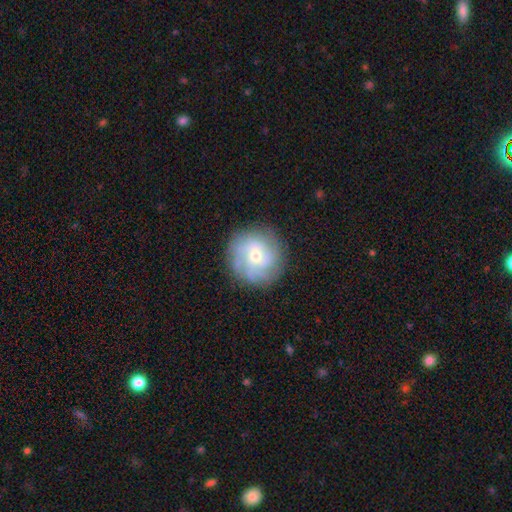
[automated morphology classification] Smooth or featured?
  - featured or disk: 65% *
  - smooth: 25%
  - star or artifact: 9%
Edge-on disk?
  - no: 97% *
  - yes: 3%
Bar?
  - no: 72% *
  - weak: 24%
  - strong: 4%
Spiral arms?
  - yes: 88% *
  - no: 12%
Spiral winding?
  - tight: 57% *
  - medium: 31%
  - loose: 12%
Spiral arm count?
  - can't tell: 40% *
  - 3: 18%
  - 4: 17%
  - 2: 11%
  - more than 4: 8%
  - 1: 6%
Bulge size?
  - small: 49% *
  - moderate: 46%
  - large: 3%
  - none: 1%
  - dominant: 1%
Merging?
  - none: 83% *
  - minor disturbance: 12%
  - major disturbance: 5%
  - merger: 1%